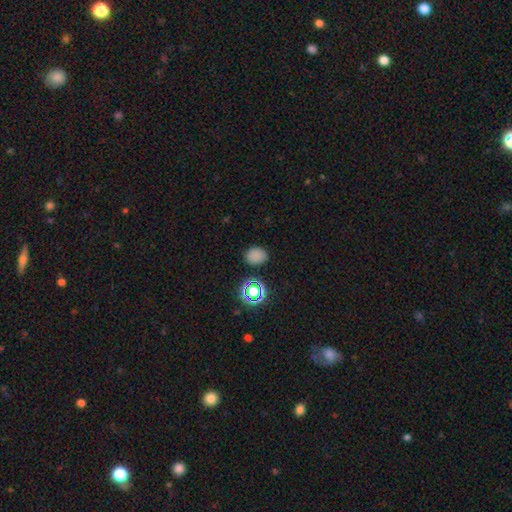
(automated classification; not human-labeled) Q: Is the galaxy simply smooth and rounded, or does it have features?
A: smooth — 77%.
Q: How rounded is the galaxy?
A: round — 51%.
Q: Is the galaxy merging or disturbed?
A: none — 84%.